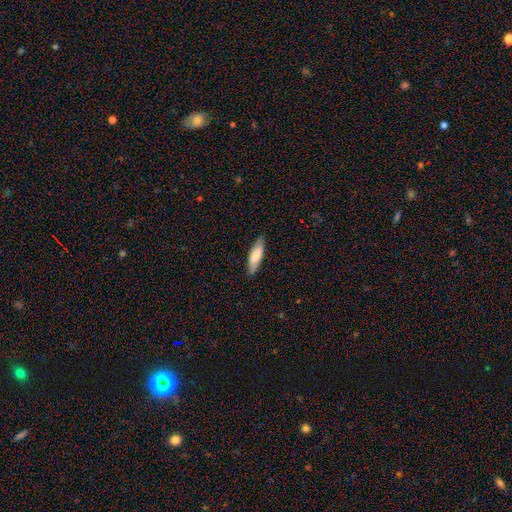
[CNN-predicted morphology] Smooth or featured? Predicted: smooth (p=0.76). How rounded? Predicted: cigar-shaped (p=0.58). Merging? Predicted: none (p=0.85).